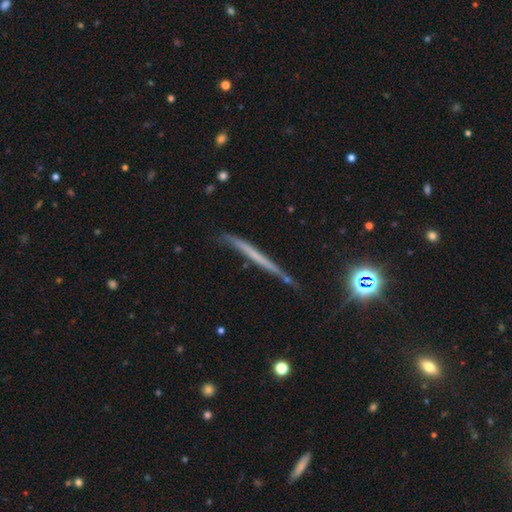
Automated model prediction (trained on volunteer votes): Smooth or featured: featured or disk — 51% (smooth — 39%)
Edge-on disk: yes — 95% (no — 5%)
Merging: none — 74% (minor disturbance — 19%)